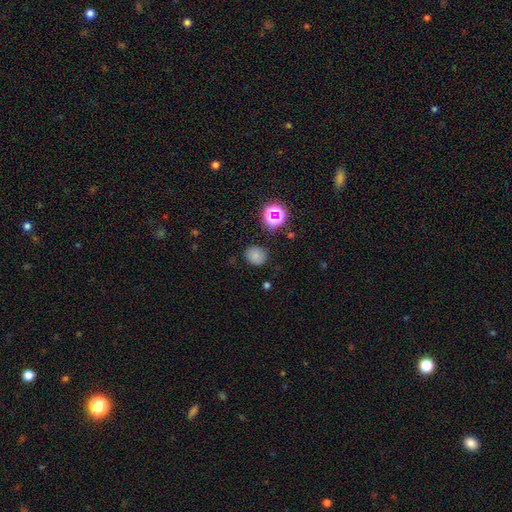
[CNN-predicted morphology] Smooth or featured? smooth (73%)
How rounded? round (81%)
Merging? none (82%)